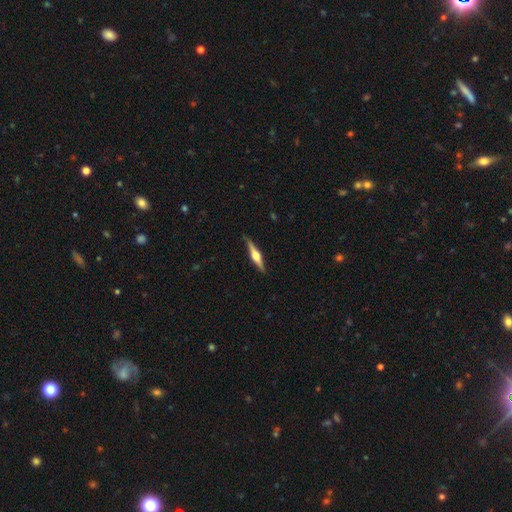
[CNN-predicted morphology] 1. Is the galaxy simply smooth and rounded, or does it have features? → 72% featured or disk, 23% smooth, 5% star or artifact.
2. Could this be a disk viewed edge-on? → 98% yes, 2% no.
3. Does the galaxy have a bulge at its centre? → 93% rounded, 4% boxy, 2% none.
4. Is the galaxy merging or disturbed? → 88% none, 9% minor disturbance, 2% major disturbance, 1% merger.